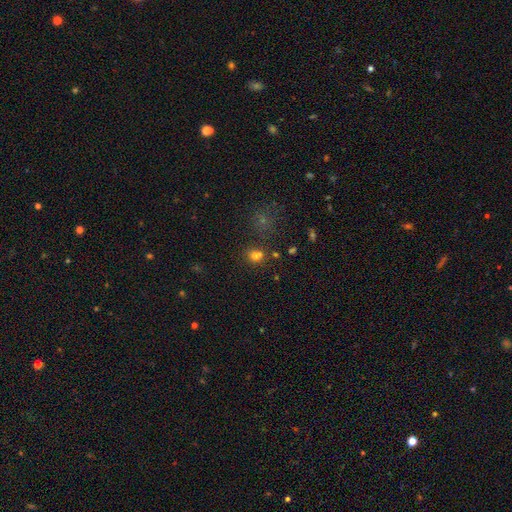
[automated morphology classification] This is likely a smooth galaxy (71%). How rounded: likely round (72%). Merging: possibly none (59%).